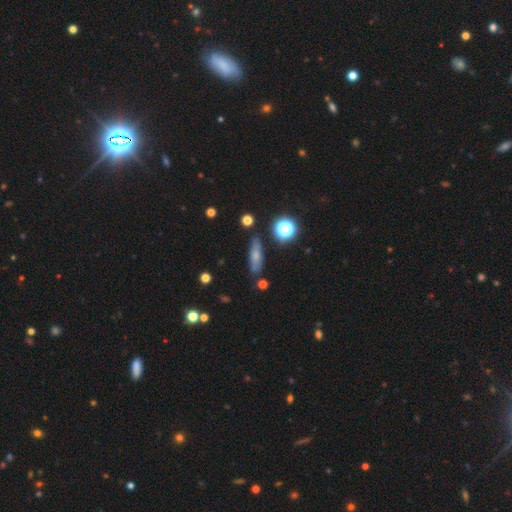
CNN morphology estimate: smooth-or-featured: smooth: 61% | featured or disk: 24% | star or artifact: 14%
  how-rounded: cigar-shaped: 53% | in between: 39% | round: 8%
  merging: none: 79% | minor disturbance: 14% | major disturbance: 4% | merger: 3%